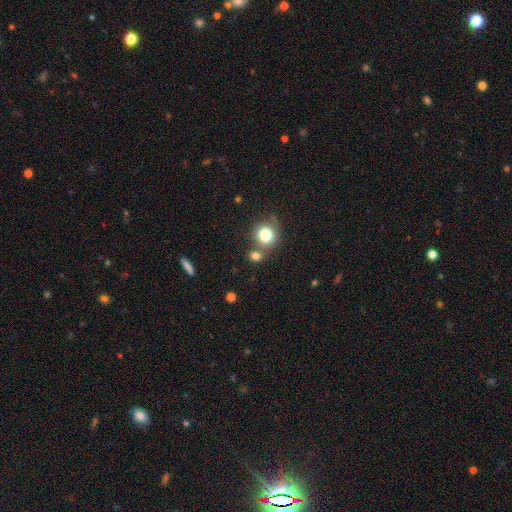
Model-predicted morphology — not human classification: Q: Smooth or featured?
A: smooth (73%); runner-up: star or artifact (19%)
Q: How rounded?
A: round (75%); runner-up: in between (23%)
Q: Merging?
A: none (61%); runner-up: merger (26%)